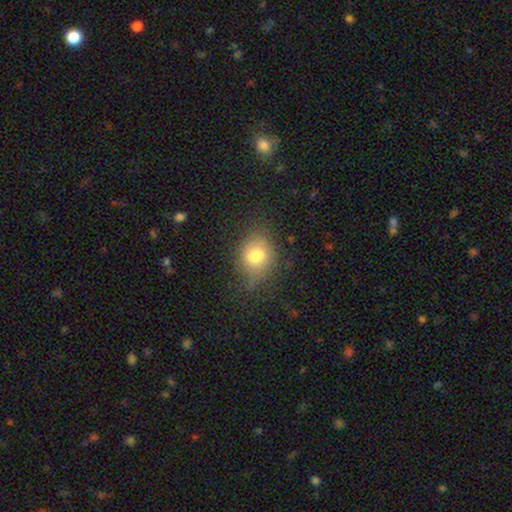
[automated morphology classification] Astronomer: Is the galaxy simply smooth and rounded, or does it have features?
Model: smooth — 76%.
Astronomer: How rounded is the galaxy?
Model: round — 53% (runner-up: in between, 46%).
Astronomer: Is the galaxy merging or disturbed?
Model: none — 66%.